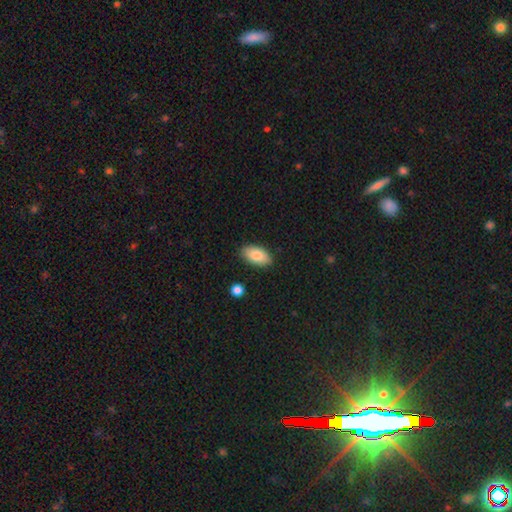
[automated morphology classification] smooth 84%, featured or disk 10%, star or artifact 6%. Down the decision tree: how rounded — in between (94%); merging — none (87%).